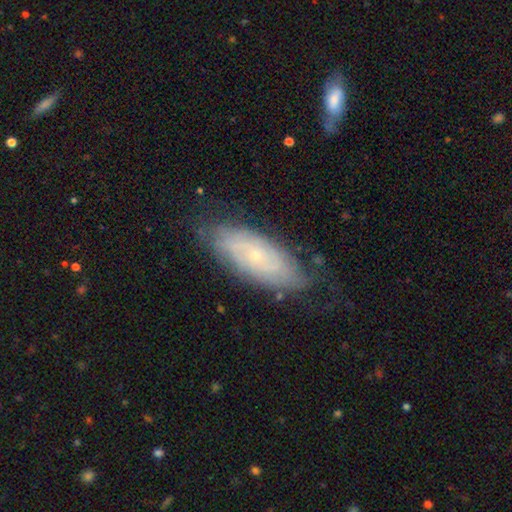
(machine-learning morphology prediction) A featured or disk galaxy (65%) with no bar (81%), spiral arms (80%) and a small central bulge (82%).

Vote fractions:
- Smooth or featured? featured or disk: 65% / smooth: 27% / star or artifact: 7%
- Edge-on disk? no: 87% / yes: 13%
- Bar? no: 81% / weak: 16% / strong: 3%
- Spiral arms? yes: 80% / no: 20%
- Bulge size? small: 82% / moderate: 14% / none: 2% / large: 1% / dominant: 1%
- Merging? none: 73% / minor disturbance: 20% / major disturbance: 5% / merger: 2%